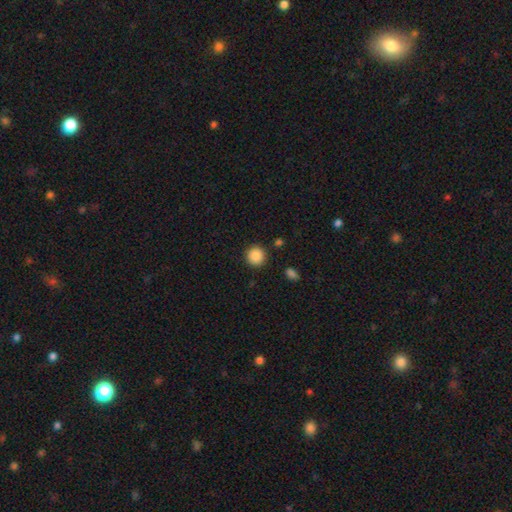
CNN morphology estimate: A smooth galaxy with no disk features (88%) that is round (94%).

Vote fractions:
- Smooth or featured? smooth: 88% / star or artifact: 9% / featured or disk: 3%
- How rounded? round: 94% / in between: 6% / cigar-shaped: 1%
- Merging? none: 91% / minor disturbance: 5% / major disturbance: 2% / merger: 2%